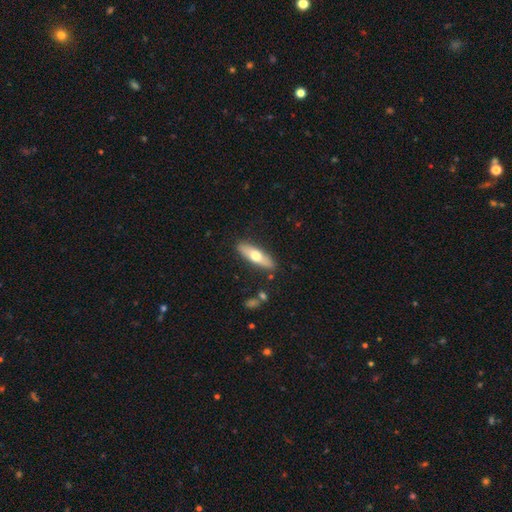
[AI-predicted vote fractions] Smooth or featured? smooth (57%)
How rounded? cigar-shaped (63%)
Merging? none (87%)